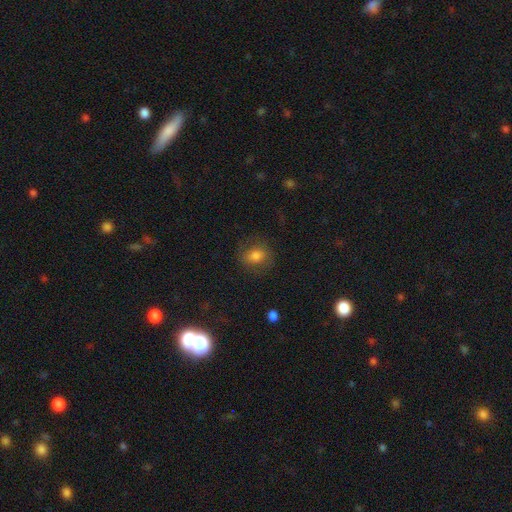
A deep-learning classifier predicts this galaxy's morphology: This appears to be a smooth galaxy with no disk features (75%) that is round (56%). Merging: none (76%).